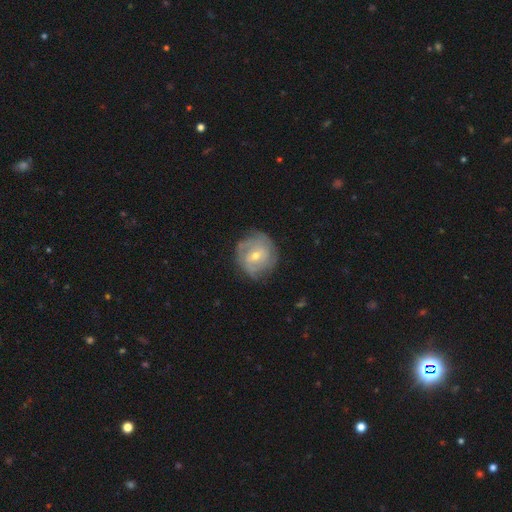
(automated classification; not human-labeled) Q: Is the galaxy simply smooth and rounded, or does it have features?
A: featured or disk — 72%.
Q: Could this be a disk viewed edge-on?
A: no — 97%.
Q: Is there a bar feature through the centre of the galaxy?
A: no — 45%.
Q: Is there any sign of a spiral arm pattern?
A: yes — 84%.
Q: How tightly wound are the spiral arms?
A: tight — 62%.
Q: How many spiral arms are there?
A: can't tell — 43%.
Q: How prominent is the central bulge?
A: moderate — 51%.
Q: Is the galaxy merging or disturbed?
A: none — 73%.